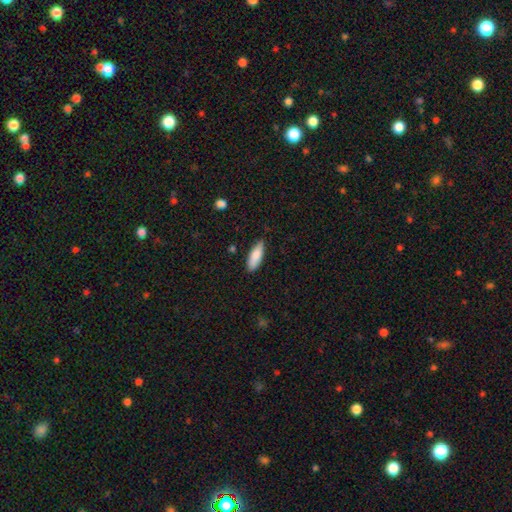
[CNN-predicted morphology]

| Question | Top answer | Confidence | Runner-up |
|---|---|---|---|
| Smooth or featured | smooth | 85% | featured or disk (9%) |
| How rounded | in between | 62% | cigar-shaped (36%) |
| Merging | none | 84% | minor disturbance (13%) |